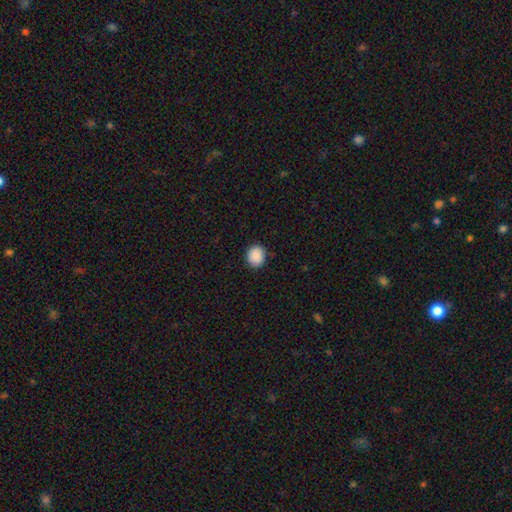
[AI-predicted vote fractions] Morphology: type=smooth (90%); roundness=round (72%); merging=none (88%).